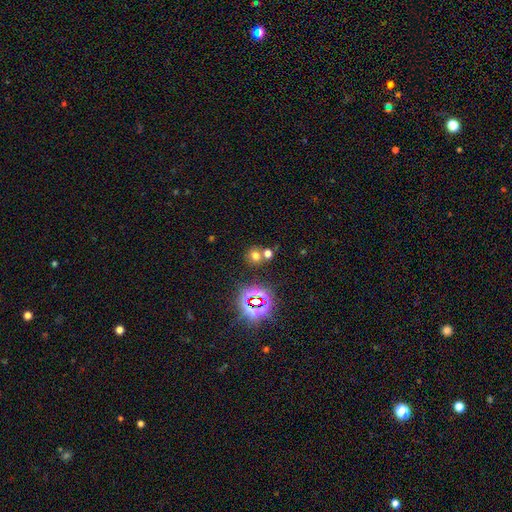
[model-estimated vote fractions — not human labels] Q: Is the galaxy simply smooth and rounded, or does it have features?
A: smooth — 60%.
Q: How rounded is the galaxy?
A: round — 78%.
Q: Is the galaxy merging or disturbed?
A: none — 57%.